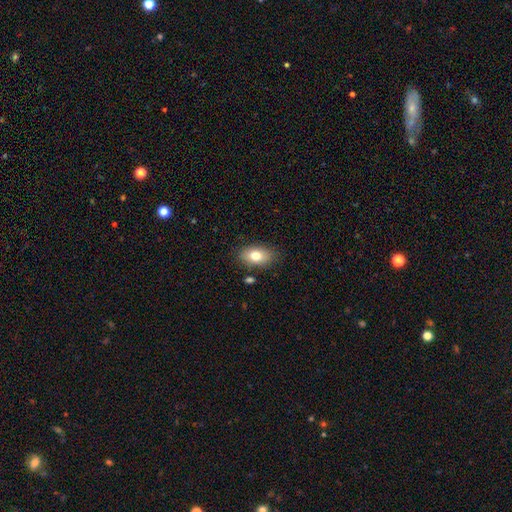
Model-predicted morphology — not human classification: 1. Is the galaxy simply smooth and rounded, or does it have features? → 77% smooth, 14% featured or disk, 8% star or artifact.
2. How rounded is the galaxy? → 89% in between, 9% round, 2% cigar-shaped.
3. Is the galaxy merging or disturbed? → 83% none, 12% minor disturbance, 3% merger, 3% major disturbance.